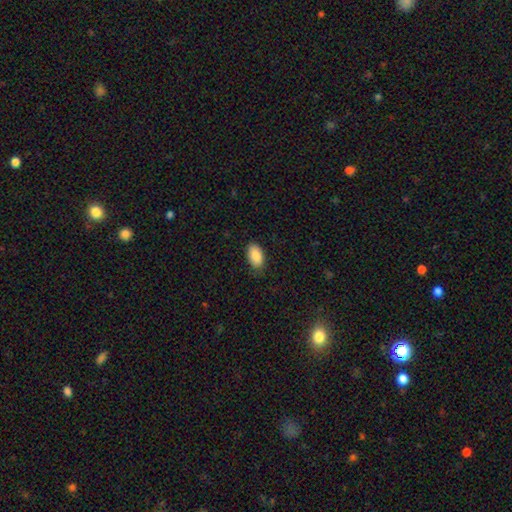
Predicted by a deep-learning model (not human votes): A smooth galaxy with no disk features (88%) that is in between round and cigar-shaped (94%).

Vote fractions:
- Smooth or featured? smooth: 88% / star or artifact: 7% / featured or disk: 5%
- How rounded? in between: 94% / round: 4% / cigar-shaped: 2%
- Merging? none: 80% / minor disturbance: 16% / major disturbance: 3% / merger: 1%